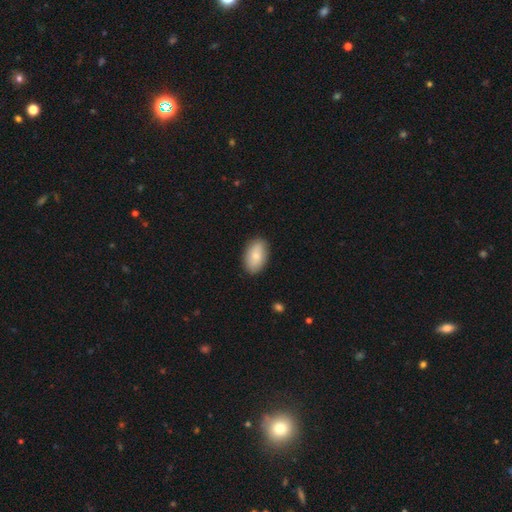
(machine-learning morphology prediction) This is likely a smooth galaxy (78%). How rounded: clearly in between (93%). Merging: clearly none (87%).